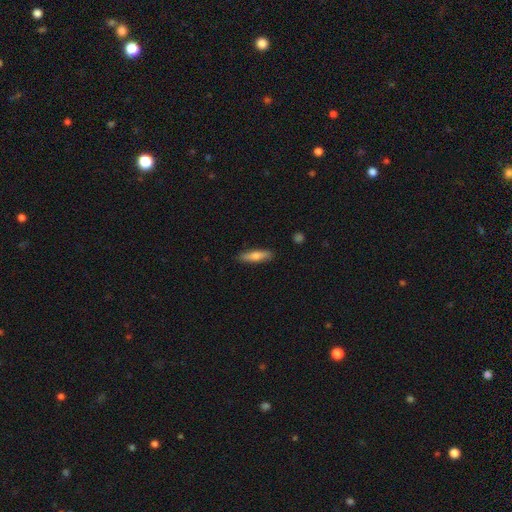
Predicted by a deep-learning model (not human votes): smooth-or-featured: smooth: 68% | featured or disk: 26% | star or artifact: 6%
  how-rounded: cigar-shaped: 73% | in between: 25% | round: 2%
  merging: none: 88% | minor disturbance: 9% | major disturbance: 2% | merger: 1%